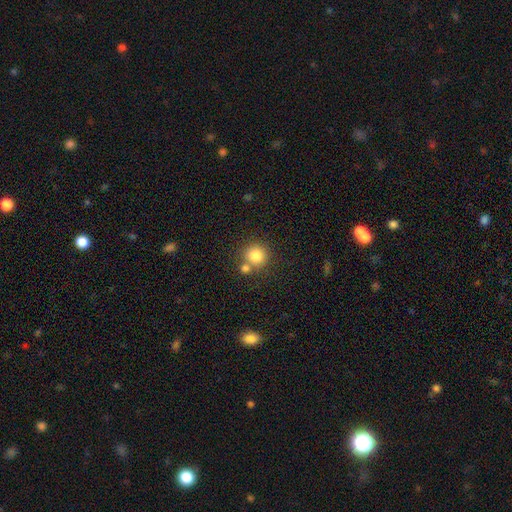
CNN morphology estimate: Smooth or featured? smooth (82%)
How rounded? round (92%)
Merging? none (66%)